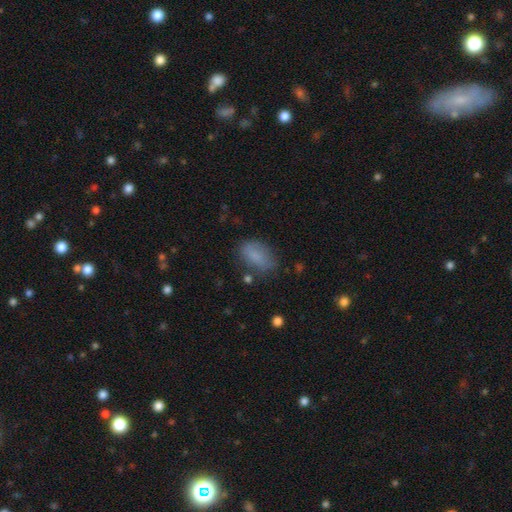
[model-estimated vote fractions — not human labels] Smooth or featured: smooth — 80% (featured or disk — 10%)
How rounded: in between — 89% (round — 7%)
Merging: none — 67% (minor disturbance — 23%)